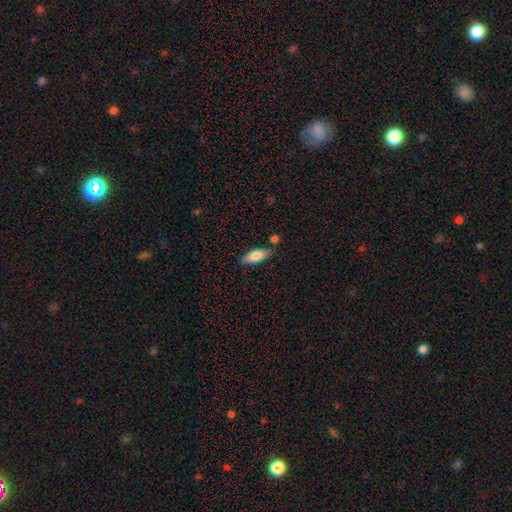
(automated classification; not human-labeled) Morphology: type=smooth (78%); roundness=in between (74%); merging=none (77%).